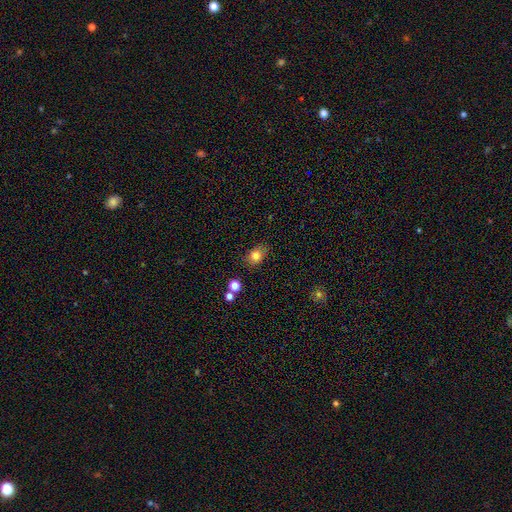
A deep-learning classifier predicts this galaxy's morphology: The model was most divided on "how rounded": in between: 54%, round: 45%, cigar-shaped: 1%. More confident: smooth or featured — smooth (81%); merging — none (79%).